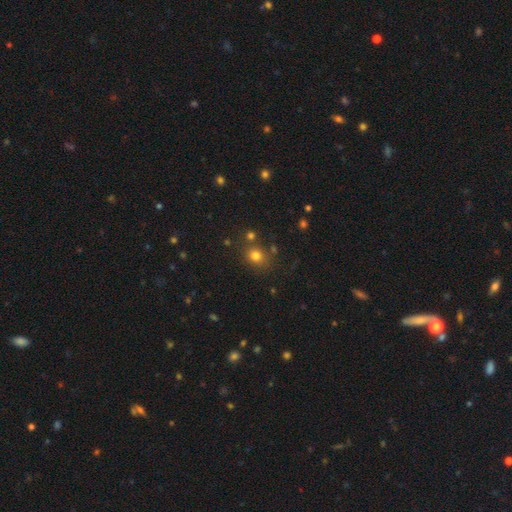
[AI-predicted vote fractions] This appears to be a smooth galaxy with no disk features (76%) that is round (72%). Merging: none (74%).